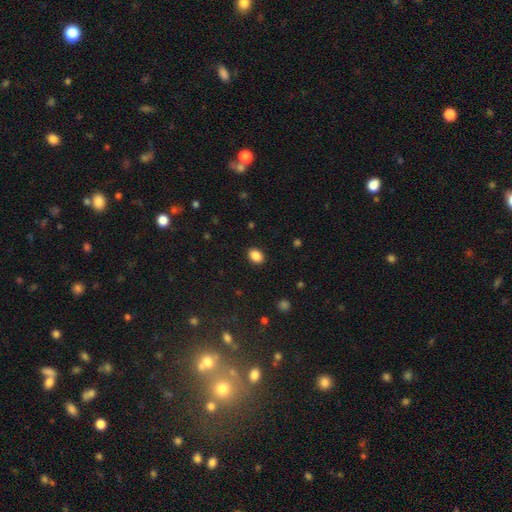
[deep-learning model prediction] This appears to be a smooth galaxy with no disk features (88%) that is in between round and cigar-shaped (75%). Merging: none (89%).